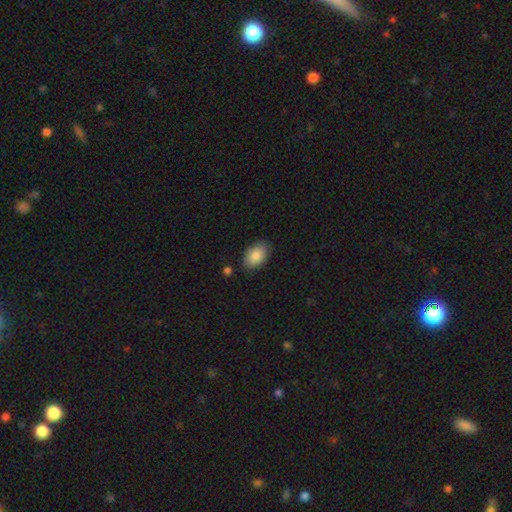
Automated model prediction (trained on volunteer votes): smooth_or_featured: smooth (p=0.88) [alt: star or artifact p=0.07]
how_rounded: in between (p=0.90) [alt: round p=0.08]
merging: none (p=0.83) [alt: minor disturbance p=0.13]